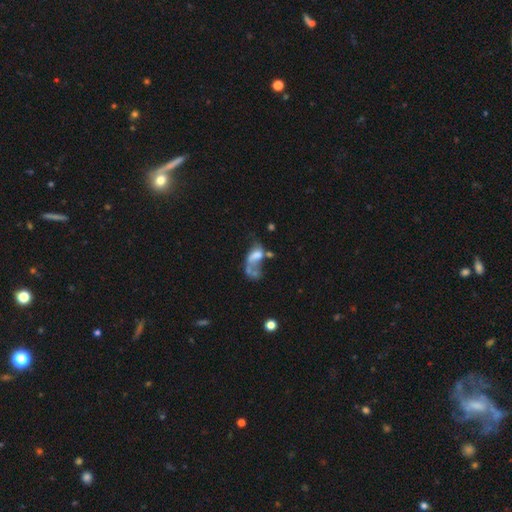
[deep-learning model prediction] featured or disk 53%, smooth 33%, star or artifact 14%. Down the decision tree: edge-on disk — no (95%); bar — no (73%); spiral arms — no (55%); bulge size — none (35%); merging — major disturbance (40%).